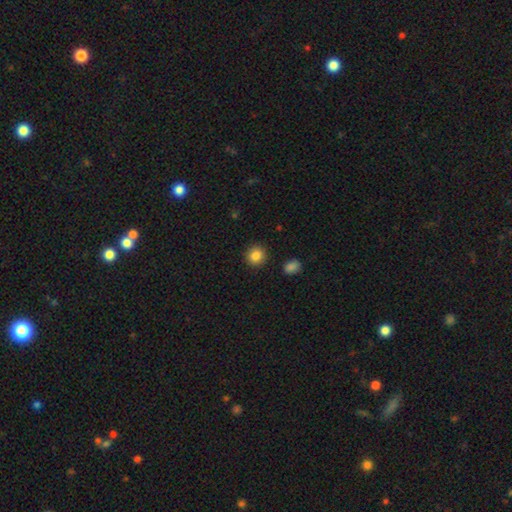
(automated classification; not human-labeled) smooth_or_featured: smooth (p=0.85) [alt: star or artifact p=0.09]
how_rounded: round (p=0.90) [alt: in between p=0.09]
merging: none (p=0.91) [alt: minor disturbance p=0.06]